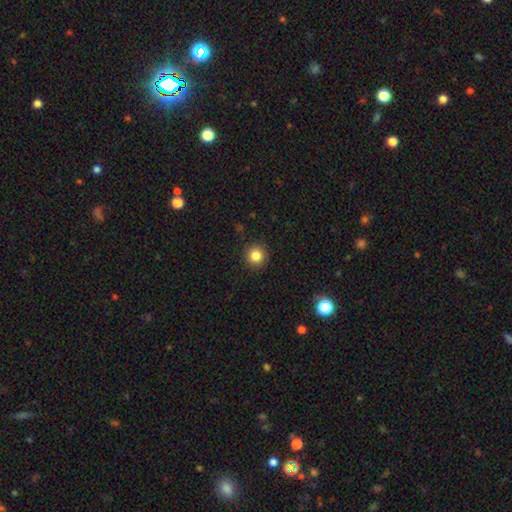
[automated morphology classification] smooth 84%, star or artifact 11%, featured or disk 5%. Down the decision tree: how rounded — round (94%); merging — none (91%).